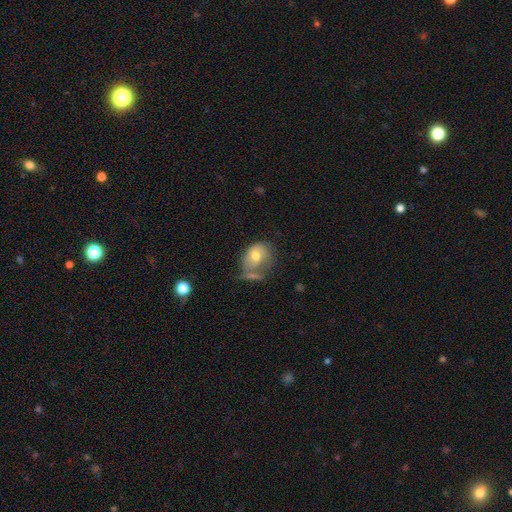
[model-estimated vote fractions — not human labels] Q: Smooth or featured?
A: smooth (60%); runner-up: featured or disk (33%)
Q: How rounded?
A: in between (64%); runner-up: round (35%)
Q: Merging?
A: none (32%); runner-up: merger (25%)